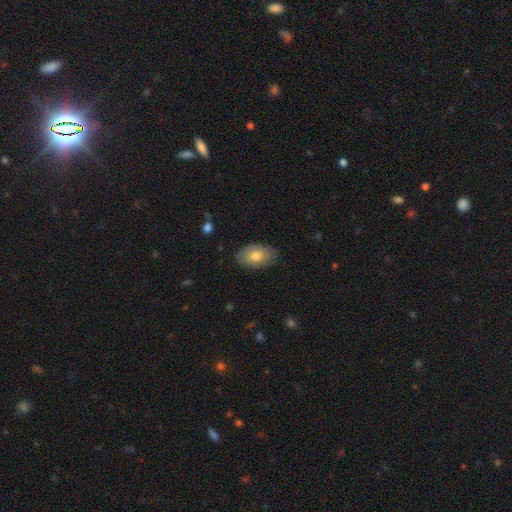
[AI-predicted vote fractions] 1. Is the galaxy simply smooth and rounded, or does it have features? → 75% smooth, 18% featured or disk, 7% star or artifact.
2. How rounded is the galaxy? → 91% in between, 7% round, 1% cigar-shaped.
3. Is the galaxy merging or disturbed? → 83% none, 13% minor disturbance, 2% major disturbance, 1% merger.